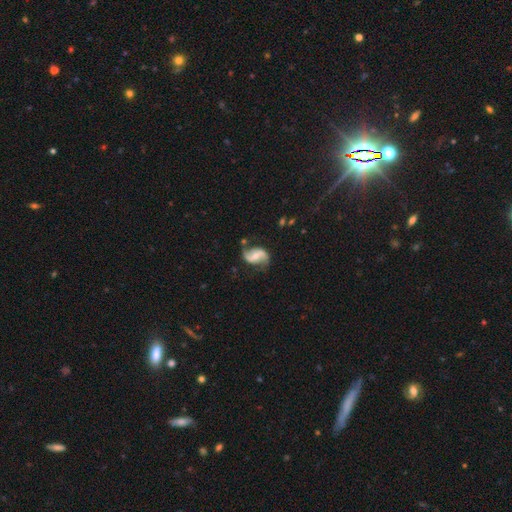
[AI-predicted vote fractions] Smooth or featured? featured or disk (87%)
Edge-on disk? no (98%)
Bar? no (40%)
Spiral arms? yes (96%)
Spiral winding? loose (54%)
Spiral arm count? 2 (93%)
Bulge size? moderate (55%)
Merging? none (71%)